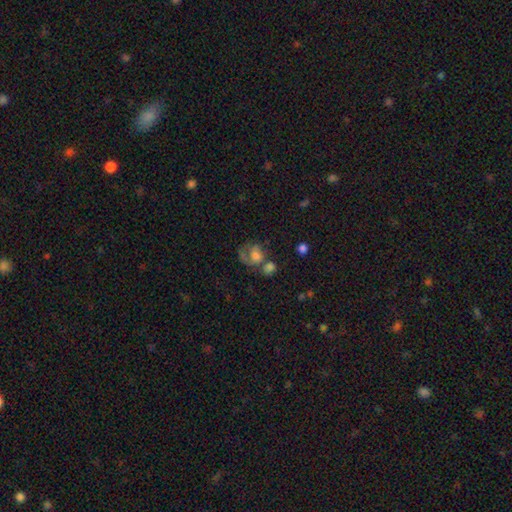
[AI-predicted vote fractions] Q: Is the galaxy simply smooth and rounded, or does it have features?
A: smooth — 46%.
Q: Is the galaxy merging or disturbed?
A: major disturbance — 29%.